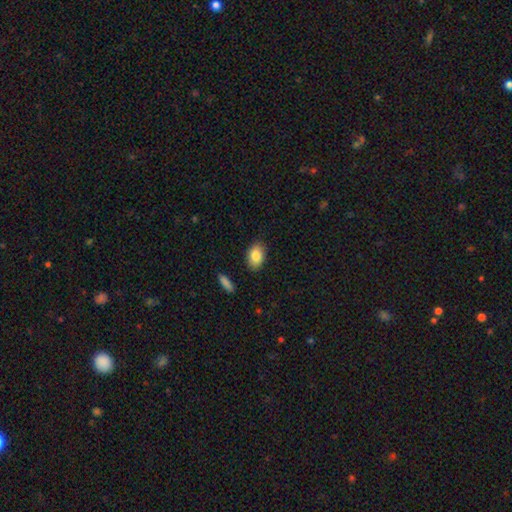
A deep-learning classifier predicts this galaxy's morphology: Smooth or featured? Predicted: smooth (p=0.84). How rounded? Predicted: in between (p=0.86). Merging? Predicted: none (p=0.86).